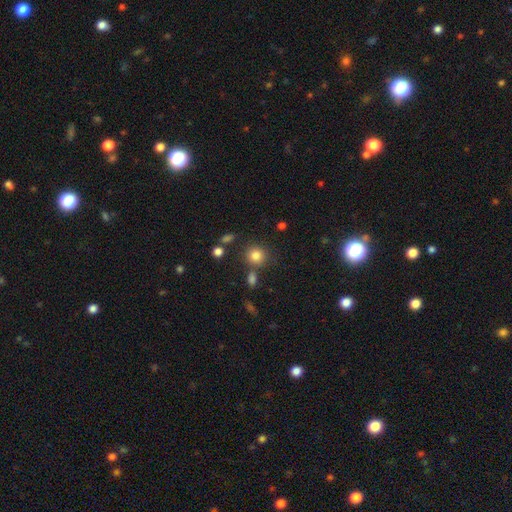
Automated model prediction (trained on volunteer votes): The model was most divided on "merging": none: 76%, minor disturbance: 10%, merger: 9%, major disturbance: 4%. More confident: how rounded — round (86%); smooth or featured — smooth (82%).